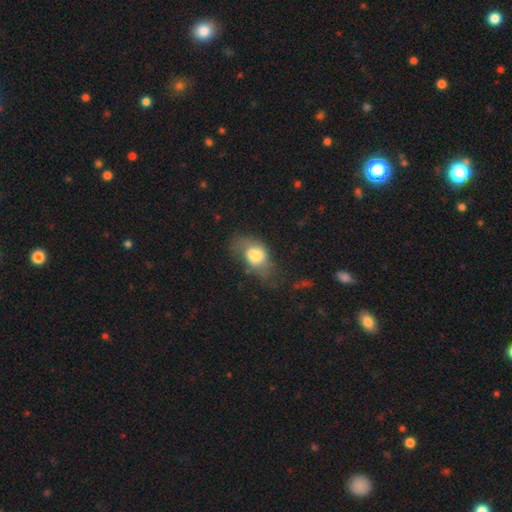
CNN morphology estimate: Q: Smooth or featured?
A: smooth (68%); runner-up: featured or disk (24%)
Q: How rounded?
A: in between (83%); runner-up: round (14%)
Q: Merging?
A: none (33%); runner-up: major disturbance (32%)